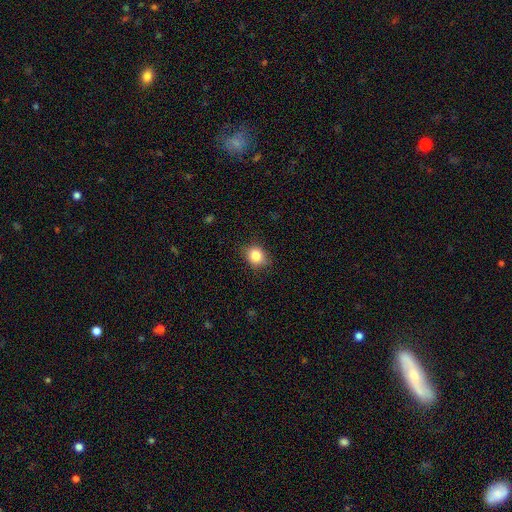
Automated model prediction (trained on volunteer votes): Smooth or featured? smooth (84%)
How rounded? round (60%)
Merging? none (81%)